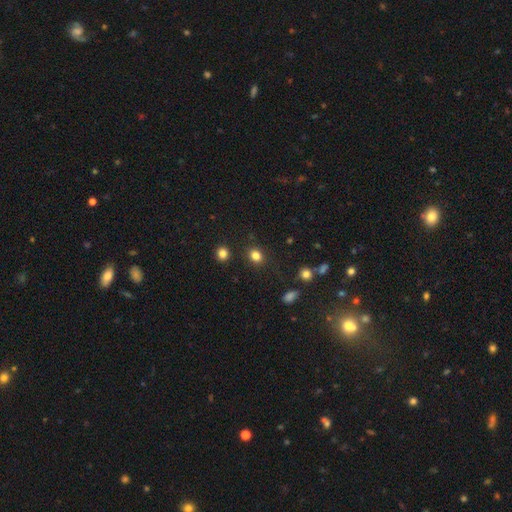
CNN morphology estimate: smooth-or-featured: smooth: 82% | star or artifact: 13% | featured or disk: 5%
  how-rounded: round: 65% | in between: 34% | cigar-shaped: 1%
  merging: none: 87% | minor disturbance: 8% | major disturbance: 3% | merger: 3%